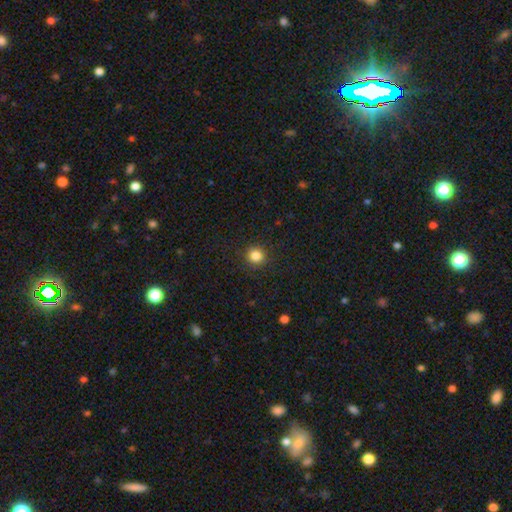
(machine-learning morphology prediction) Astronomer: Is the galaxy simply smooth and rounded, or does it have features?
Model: smooth — 84%.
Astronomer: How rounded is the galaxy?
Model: round — 91%.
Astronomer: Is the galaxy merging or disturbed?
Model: none — 91%.